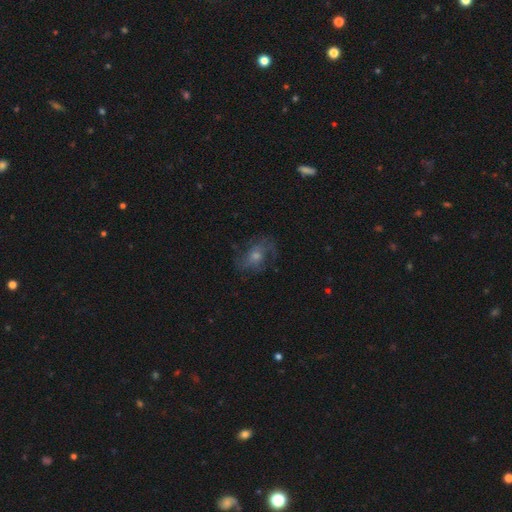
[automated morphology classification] featured or disk 61%, smooth 24%, star or artifact 15%. Down the decision tree: edge-on disk — no (96%); bar — no (73%); spiral arms — yes (81%); bulge size — moderate (48%); merging — none (66%).